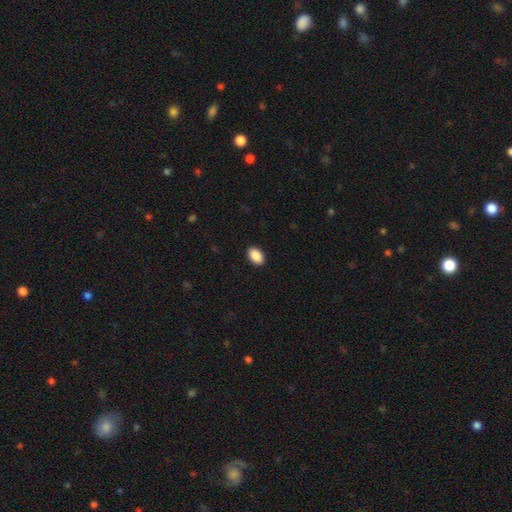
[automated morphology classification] smooth-or-featured: smooth: 90% | star or artifact: 7% | featured or disk: 3%
  how-rounded: in between: 88% | round: 11% | cigar-shaped: 1%
  merging: none: 91% | minor disturbance: 7% | major disturbance: 2% | merger: 1%